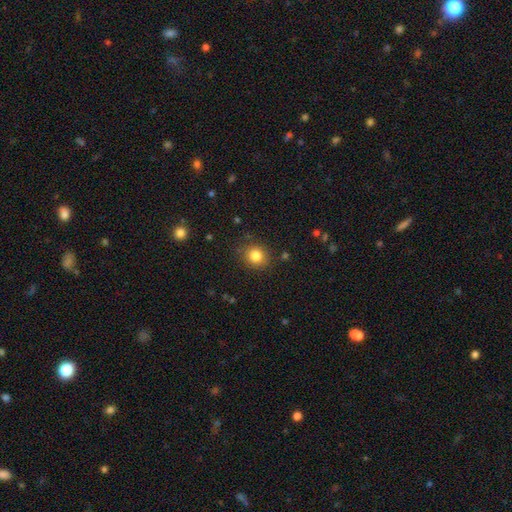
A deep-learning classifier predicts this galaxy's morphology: Smooth or featured? Predicted: smooth (p=0.83). How rounded? Predicted: round (p=0.81). Merging? Predicted: none (p=0.86).